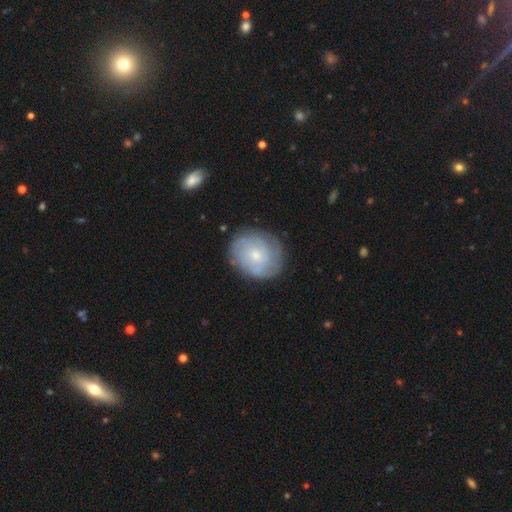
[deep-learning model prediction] This appears to be a featured or disk galaxy (56%) with no bar (79%), spiral arms (78%) and a small central bulge (53%). Merging: none (79%).